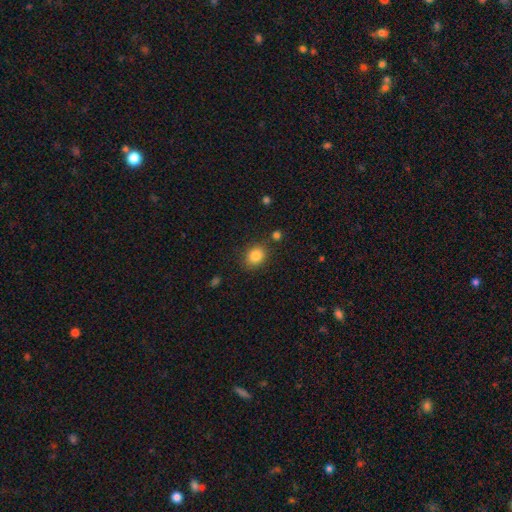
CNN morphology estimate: A smooth galaxy with no disk features (85%) that is round (52%).

Vote fractions:
- Smooth or featured? smooth: 85% / star or artifact: 10% / featured or disk: 5%
- How rounded? round: 52% / in between: 47% / cigar-shaped: 1%
- Merging? none: 83% / minor disturbance: 10% / merger: 4% / major disturbance: 3%